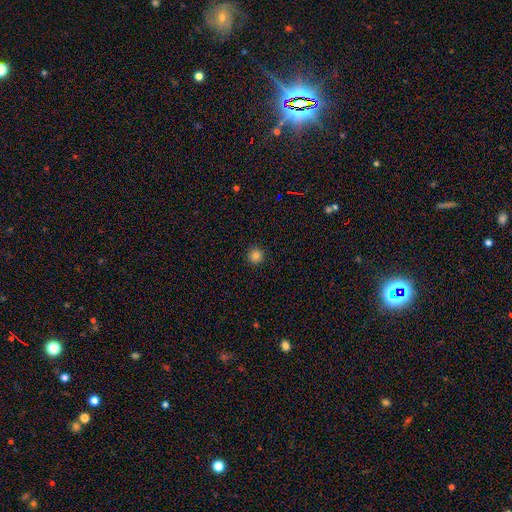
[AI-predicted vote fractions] Smooth or featured: smooth — 82% (star or artifact — 13%)
How rounded: round — 96% (in between — 3%)
Merging: none — 93% (minor disturbance — 5%)